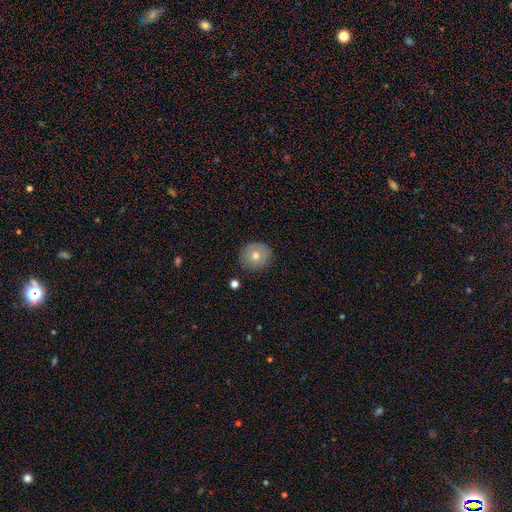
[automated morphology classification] This appears to be a smooth galaxy with no disk features (70%) that is round (89%). Merging: none (87%).